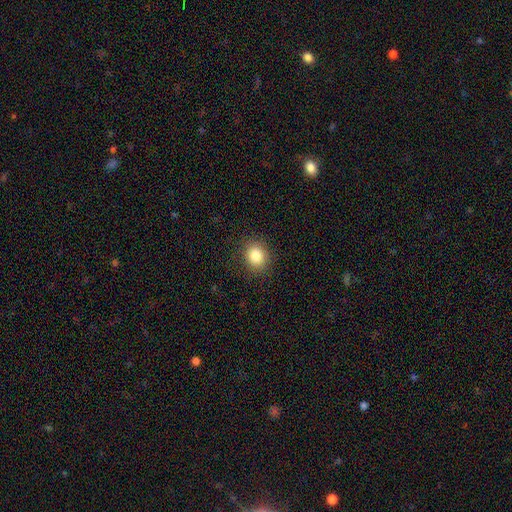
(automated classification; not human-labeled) A smooth galaxy with no disk features (84%) that is round (66%). Merging: none (88%).